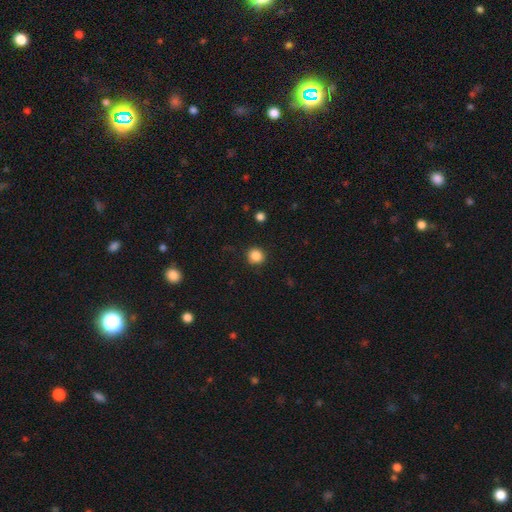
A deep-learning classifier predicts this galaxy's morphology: Smooth or featured?
  - smooth: 86% *
  - star or artifact: 11%
  - featured or disk: 3%
How rounded?
  - round: 91% *
  - in between: 8%
  - cigar-shaped: 1%
Merging?
  - none: 89% *
  - minor disturbance: 7%
  - major disturbance: 2%
  - merger: 1%